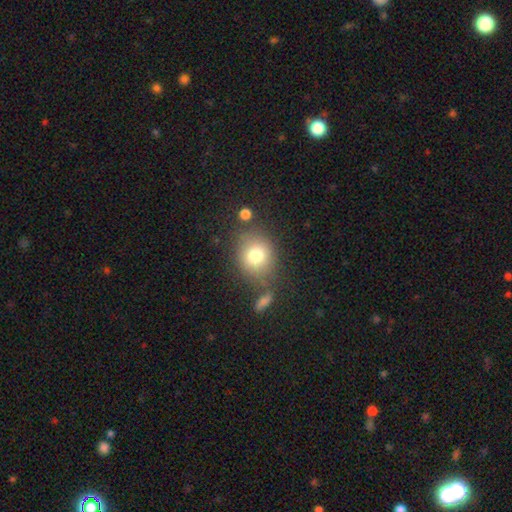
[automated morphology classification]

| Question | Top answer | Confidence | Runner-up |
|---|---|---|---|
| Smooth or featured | smooth | 77% | featured or disk (12%) |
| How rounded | round | 70% | in between (29%) |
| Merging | none | 70% | minor disturbance (15%) |